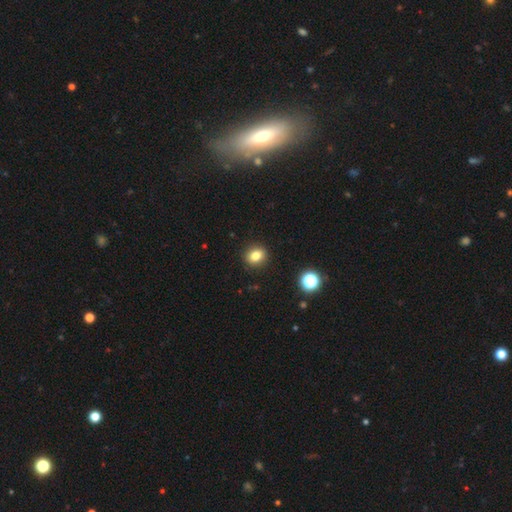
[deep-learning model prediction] A smooth galaxy with no disk features (81%) that is round (64%). Merging: none (91%).